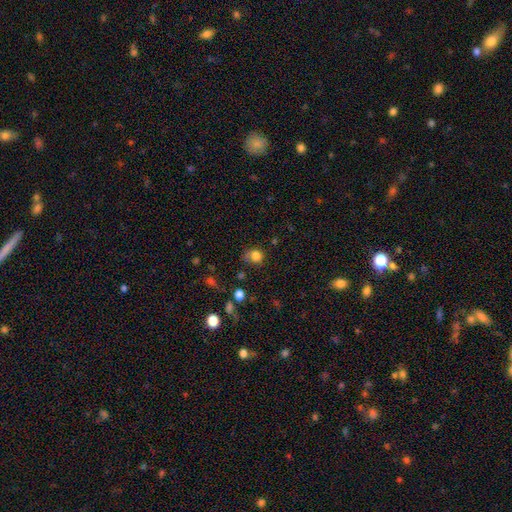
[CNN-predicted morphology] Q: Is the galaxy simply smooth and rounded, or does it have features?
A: smooth — 81%.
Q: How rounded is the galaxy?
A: round — 75%.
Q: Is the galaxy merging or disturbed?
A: none — 58%.